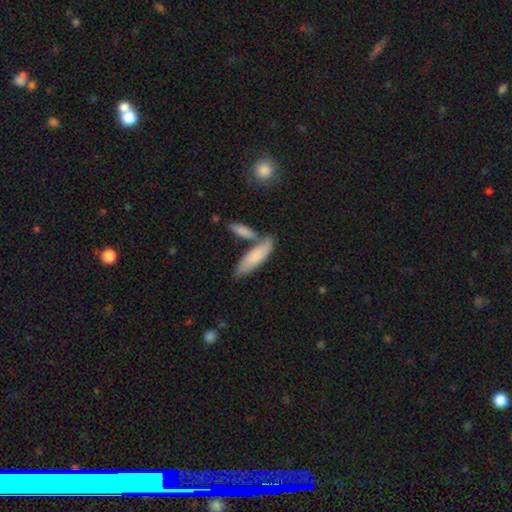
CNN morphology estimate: Smooth or featured?
  - smooth: 78% *
  - featured or disk: 17%
  - star or artifact: 5%
How rounded?
  - cigar-shaped: 53% *
  - in between: 45%
  - round: 2%
Merging?
  - none: 56% *
  - merger: 25%
  - minor disturbance: 14%
  - major disturbance: 4%